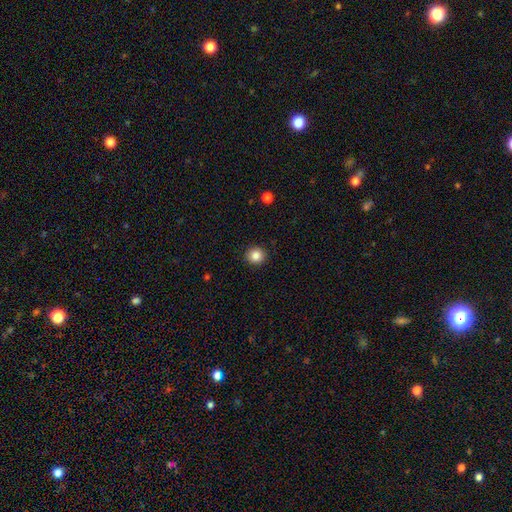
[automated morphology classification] The model was most divided on "smooth or featured": smooth: 85%, star or artifact: 10%, featured or disk: 5%. More confident: merging — none (92%); how rounded — round (91%).